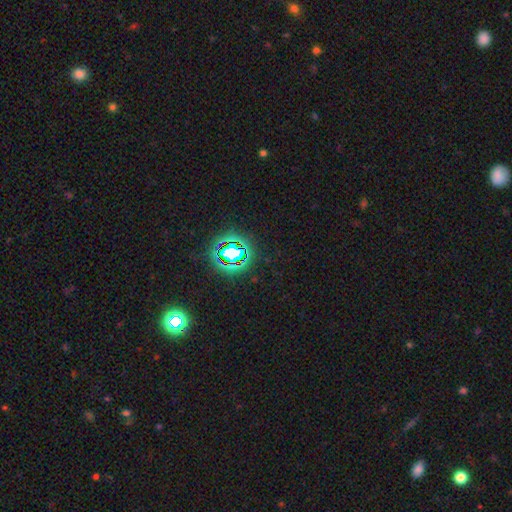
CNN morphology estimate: A star or artifact, not a galaxy (80%).